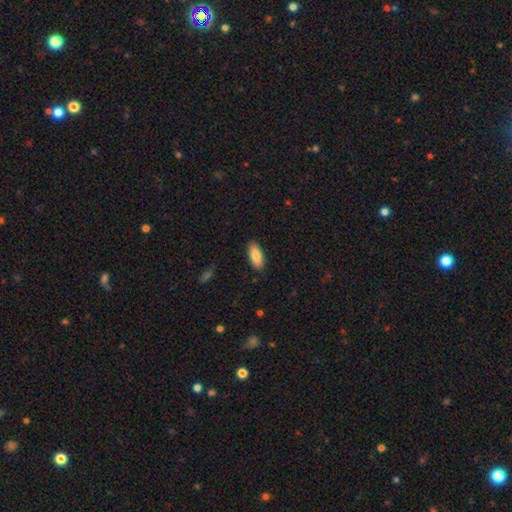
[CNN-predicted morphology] type=smooth (85%); roundness=in between (86%); merging=none (89%).